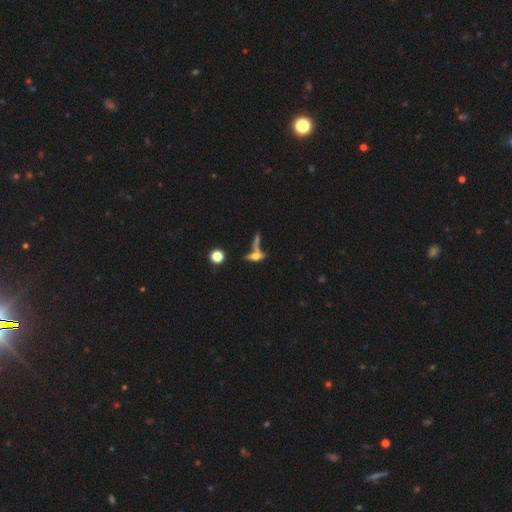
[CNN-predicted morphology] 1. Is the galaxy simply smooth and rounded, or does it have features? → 47% smooth, 38% featured or disk, 15% star or artifact.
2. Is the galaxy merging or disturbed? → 40% none, 35% merger, 13% minor disturbance, 12% major disturbance.